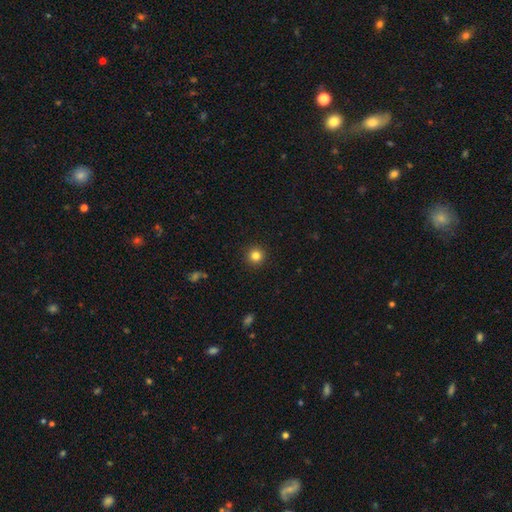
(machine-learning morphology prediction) A smooth galaxy with no disk features (83%) that is round (95%).

Vote fractions:
- Smooth or featured? smooth: 83% / star or artifact: 12% / featured or disk: 5%
- How rounded? round: 95% / in between: 4% / cigar-shaped: 1%
- Merging? none: 93% / minor disturbance: 5% / major disturbance: 2% / merger: 1%